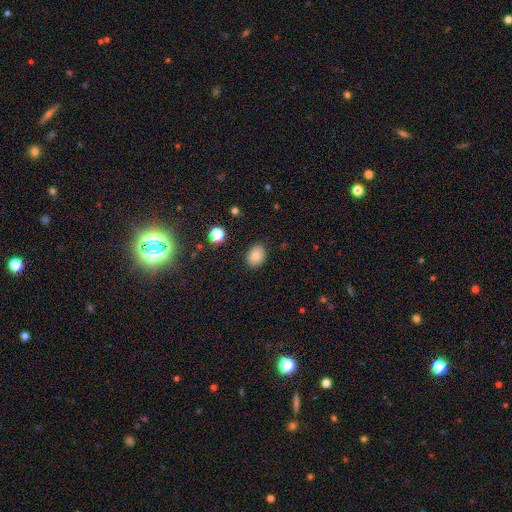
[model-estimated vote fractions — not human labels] Smooth or featured? Predicted: smooth (p=0.81). How rounded? Predicted: in between (p=0.56). Merging? Predicted: none (p=0.86).